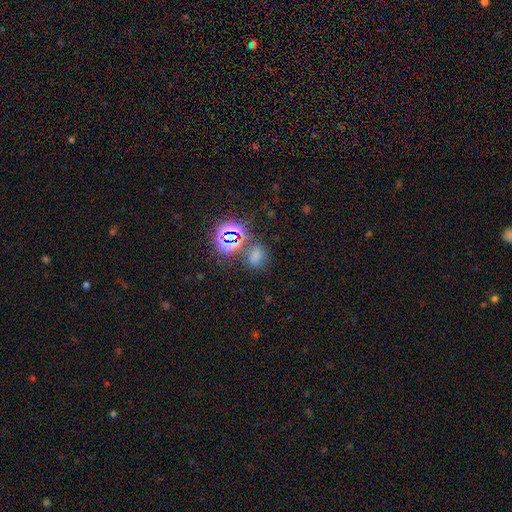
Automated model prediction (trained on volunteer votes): A smooth galaxy with no disk features (53%) that is in between round and cigar-shaped (63%).

Vote fractions:
- Smooth or featured? smooth: 53% / star or artifact: 40% / featured or disk: 7%
- How rounded? in between: 63% / round: 34% / cigar-shaped: 3%
- Merging? none: 66% / minor disturbance: 15% / merger: 11% / major disturbance: 7%